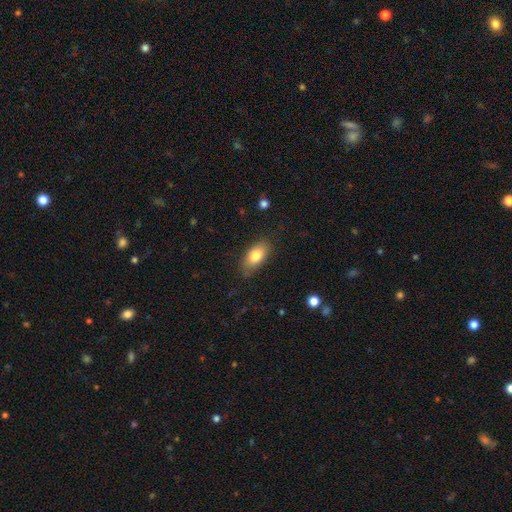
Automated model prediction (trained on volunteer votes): A smooth galaxy with no disk features (79%) that is in between round and cigar-shaped (90%).

Vote fractions:
- Smooth or featured? smooth: 79% / featured or disk: 14% / star or artifact: 7%
- How rounded? in between: 90% / cigar-shaped: 5% / round: 4%
- Merging? none: 81% / minor disturbance: 15% / major disturbance: 3% / merger: 1%